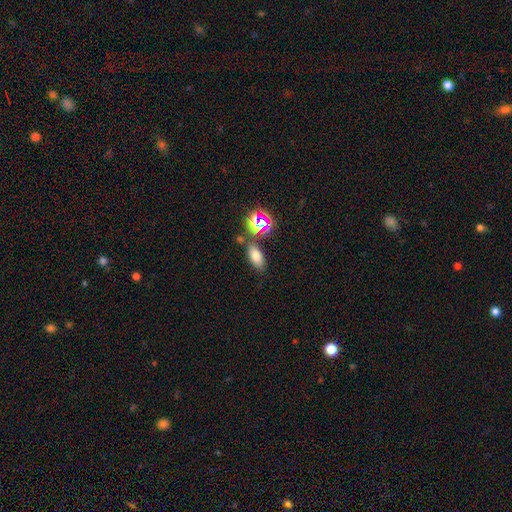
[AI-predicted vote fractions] This is likely a smooth galaxy (70%). How rounded: clearly in between (83%). Merging: likely none (74%).